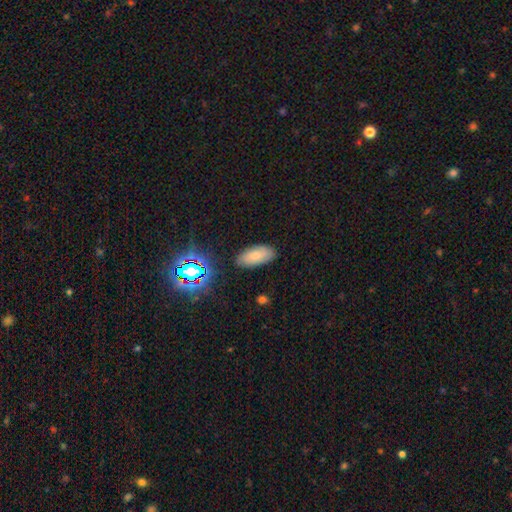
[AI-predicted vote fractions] Overall: smooth (74%). How rounded: in between (90%). Merging: none (84%).